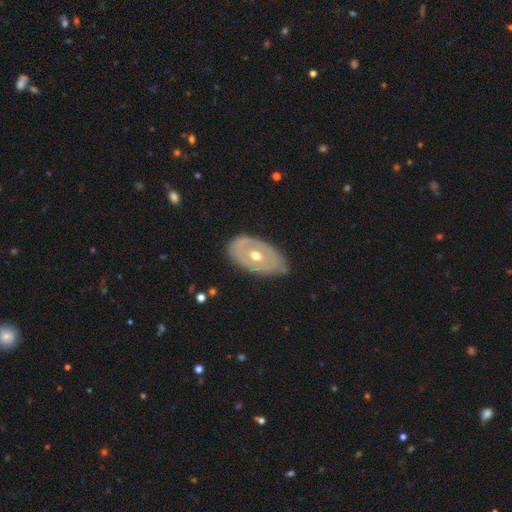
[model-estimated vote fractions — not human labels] featured or disk 61%, smooth 34%, star or artifact 5%. Down the decision tree: edge-on disk — no (89%); bar — no (88%); spiral arms — no (80%); bulge size — moderate (72%); merging — none (67%).